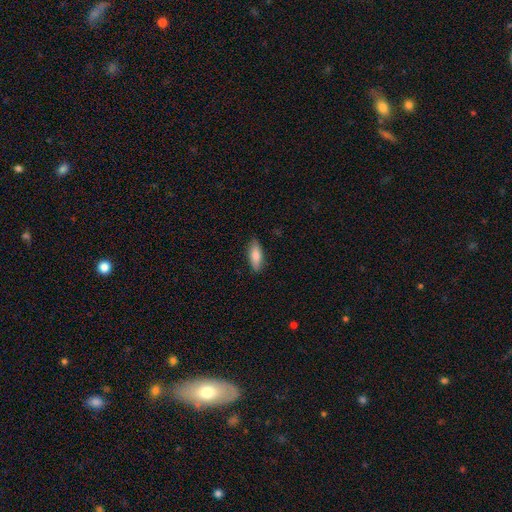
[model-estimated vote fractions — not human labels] smooth_or_featured: smooth (p=0.80) [alt: featured or disk p=0.14]
how_rounded: in between (p=0.67) [alt: cigar-shaped p=0.31]
merging: none (p=0.85) [alt: minor disturbance p=0.12]